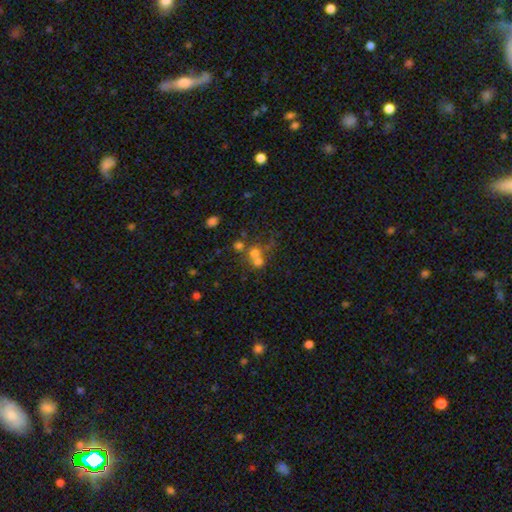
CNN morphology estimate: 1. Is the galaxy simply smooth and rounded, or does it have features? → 59% smooth, 21% featured or disk, 20% star or artifact.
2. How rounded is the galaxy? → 82% round, 17% in between, 1% cigar-shaped.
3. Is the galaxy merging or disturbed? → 53% merger, 35% none, 6% minor disturbance, 5% major disturbance.